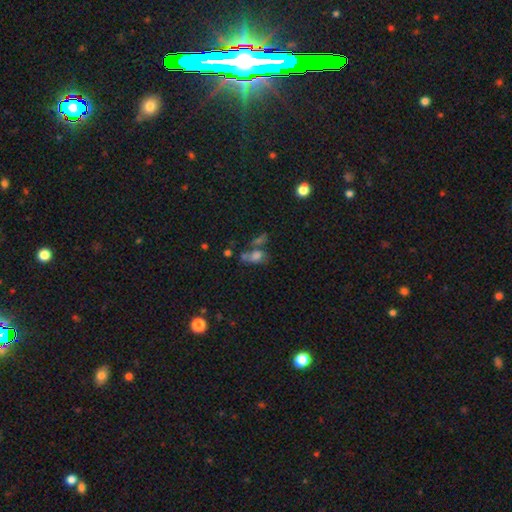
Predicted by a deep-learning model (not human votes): smooth-or-featured: smooth: 56% | featured or disk: 22% | star or artifact: 22%
  how-rounded: in between: 75% | round: 20% | cigar-shaped: 5%
  merging: merger: 38% | none: 31% | major disturbance: 16% | minor disturbance: 15%